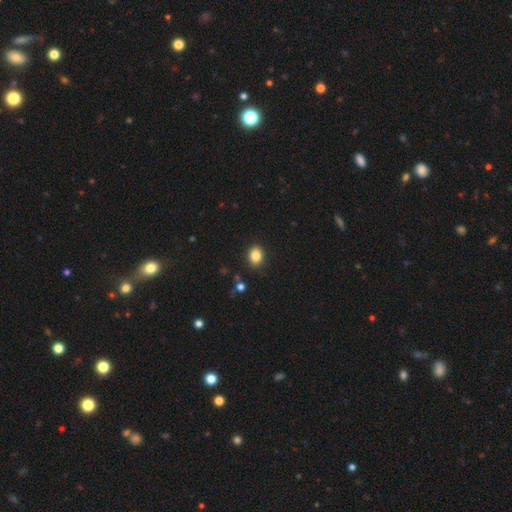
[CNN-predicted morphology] Smooth or featured? Predicted: smooth (p=0.85). How rounded? Predicted: in between (p=0.51). Merging? Predicted: none (p=0.89).